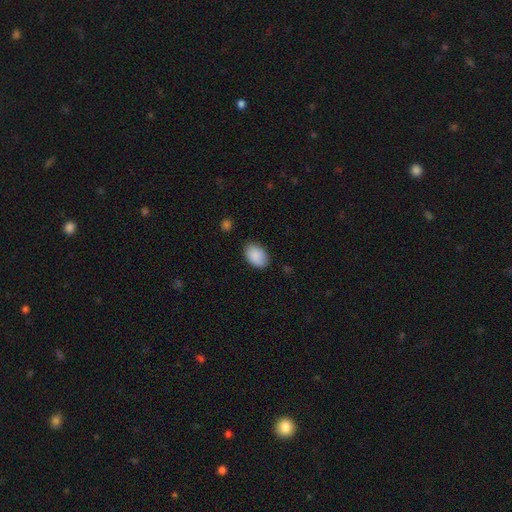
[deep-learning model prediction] Q: Smooth or featured?
A: smooth (89%); runner-up: star or artifact (7%)
Q: How rounded?
A: in between (89%); runner-up: round (10%)
Q: Merging?
A: none (82%); runner-up: minor disturbance (14%)